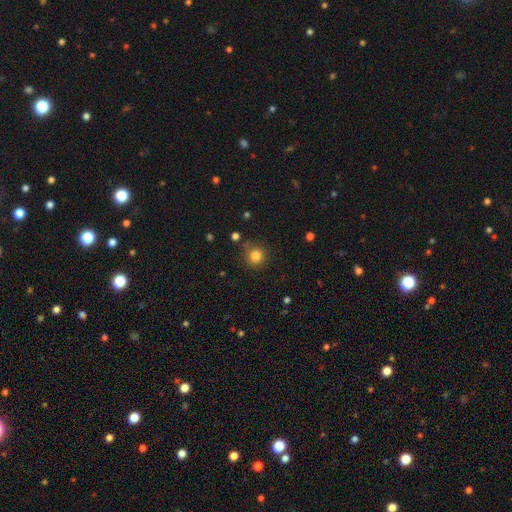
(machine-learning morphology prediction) smooth-or-featured: smooth: 83% | star or artifact: 12% | featured or disk: 5%
  how-rounded: round: 91% | in between: 8% | cigar-shaped: 1%
  merging: none: 79% | minor disturbance: 14% | major disturbance: 4% | merger: 3%